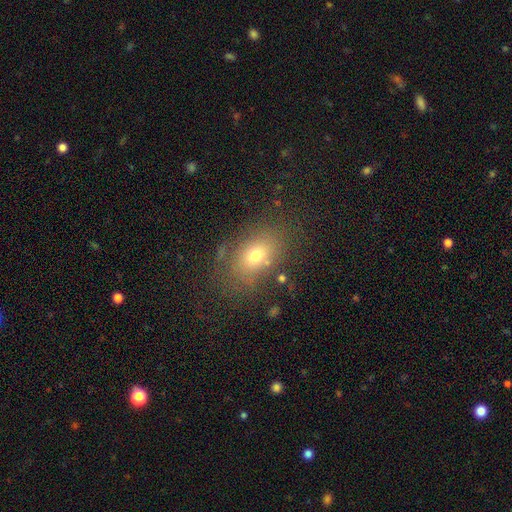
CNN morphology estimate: type=smooth (69%); roundness=in between (78%); merging=none (74%).